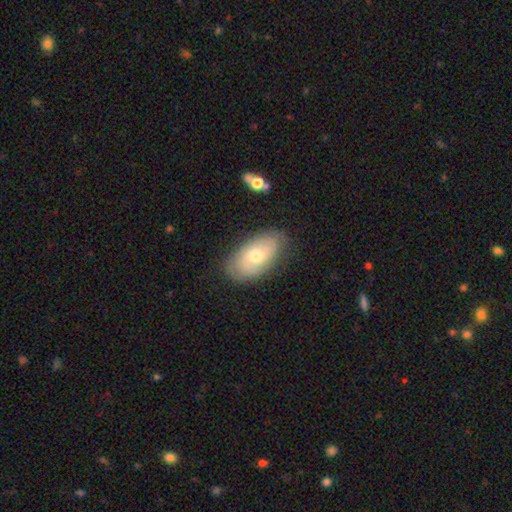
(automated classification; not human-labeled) Smooth or featured: smooth — 51% (featured or disk — 42%)
How rounded: in between — 92% (round — 5%)
Merging: none — 78% (minor disturbance — 16%)